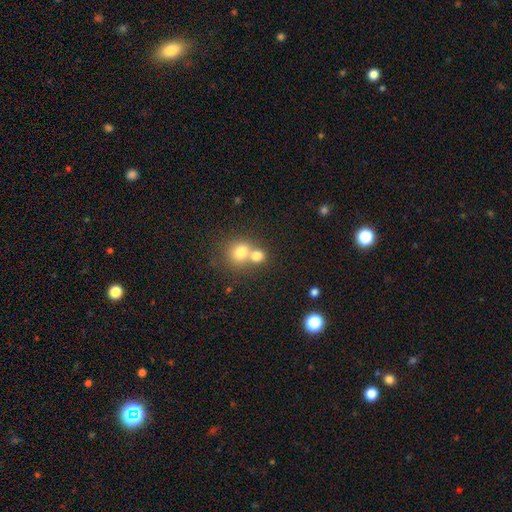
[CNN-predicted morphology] A smooth galaxy with no disk features (74%) that is round (79%).

Vote fractions:
- Smooth or featured? smooth: 74% / featured or disk: 13% / star or artifact: 13%
- How rounded? round: 79% / in between: 20% / cigar-shaped: 1%
- Merging? merger: 56% / none: 36% / minor disturbance: 6% / major disturbance: 3%